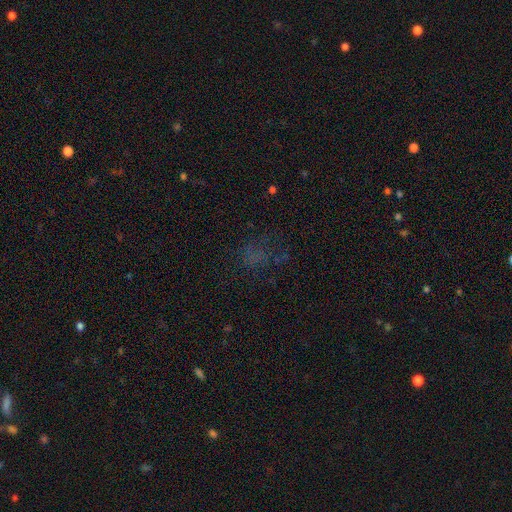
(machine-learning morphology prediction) type=smooth (41%, tied with star or artifact); merging=none (57%).